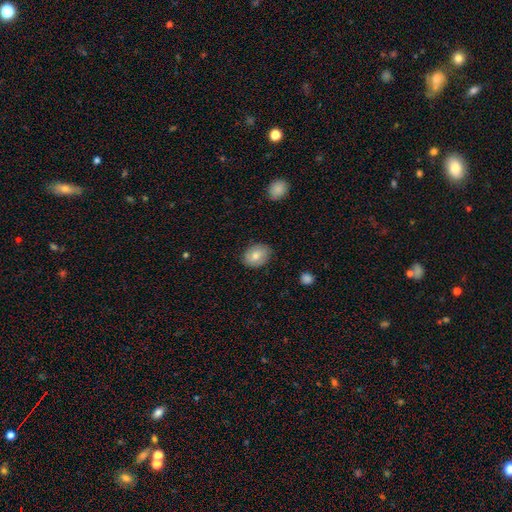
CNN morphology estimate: A smooth galaxy with no disk features (78%) that is in between round and cigar-shaped (64%). Merging: none (83%).